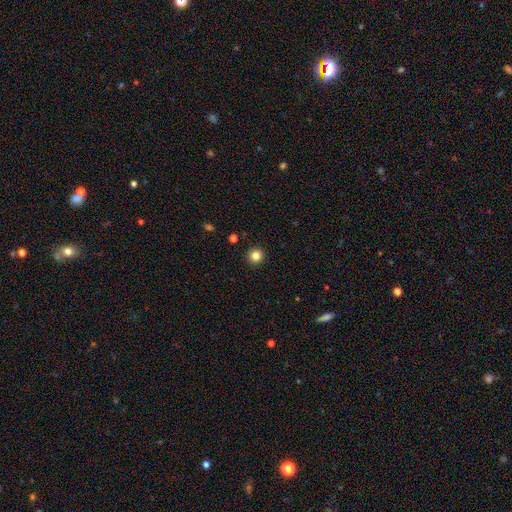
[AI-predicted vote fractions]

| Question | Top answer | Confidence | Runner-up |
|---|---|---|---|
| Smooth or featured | smooth | 83% | star or artifact (12%) |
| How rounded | round | 95% | in between (4%) |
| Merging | none | 93% | minor disturbance (4%) |